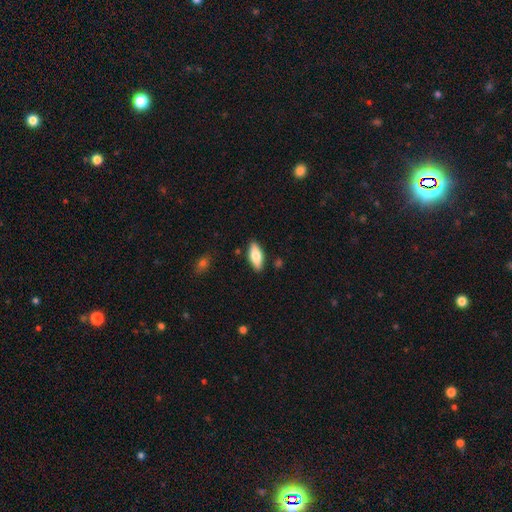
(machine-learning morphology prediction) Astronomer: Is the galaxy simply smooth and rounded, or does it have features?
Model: smooth — 73%.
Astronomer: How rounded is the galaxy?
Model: in between — 77%.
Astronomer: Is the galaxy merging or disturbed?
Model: none — 87%.